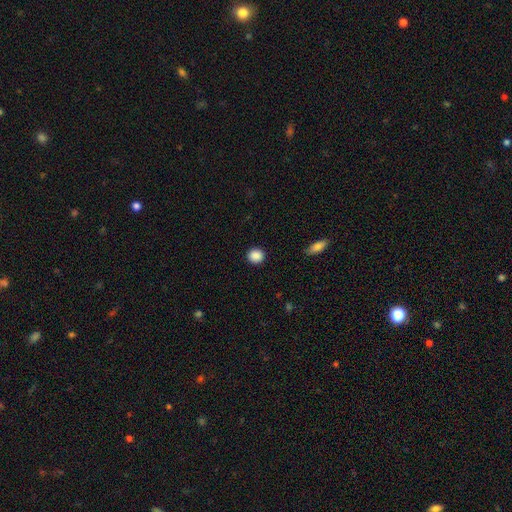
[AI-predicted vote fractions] smooth-or-featured: smooth: 89% | star or artifact: 9% | featured or disk: 3%
  how-rounded: round: 86% | in between: 13% | cigar-shaped: 1%
  merging: none: 92% | minor disturbance: 6% | major disturbance: 2% | merger: 1%